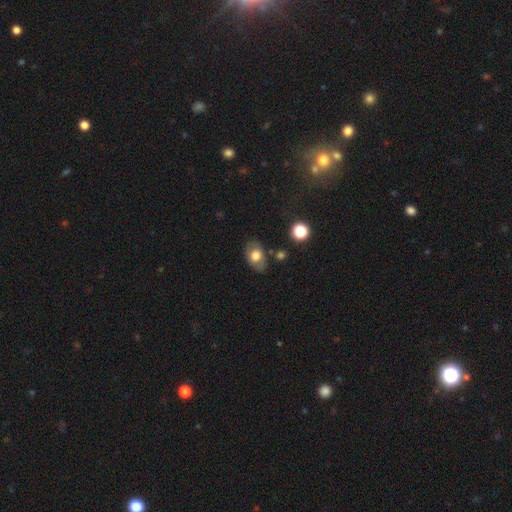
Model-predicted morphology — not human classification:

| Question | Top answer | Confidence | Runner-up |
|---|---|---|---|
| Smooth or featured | smooth | 66% | featured or disk (25%) |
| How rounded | in between | 79% | round (20%) |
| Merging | none | 74% | minor disturbance (17%) |